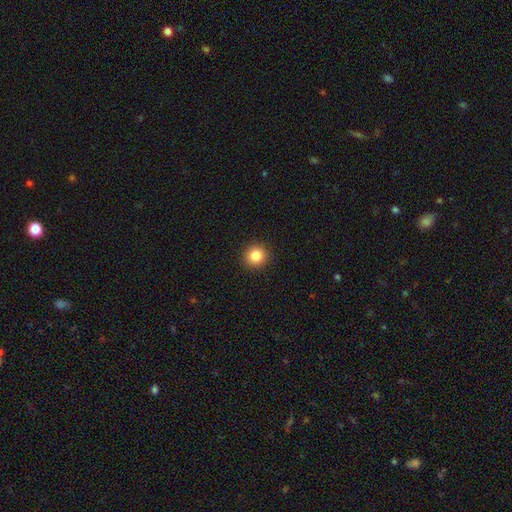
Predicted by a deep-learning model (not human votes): smooth_or_featured: smooth (p=0.85) [alt: star or artifact p=0.11]
how_rounded: round (p=0.92) [alt: in between p=0.07]
merging: none (p=0.93) [alt: minor disturbance p=0.05]